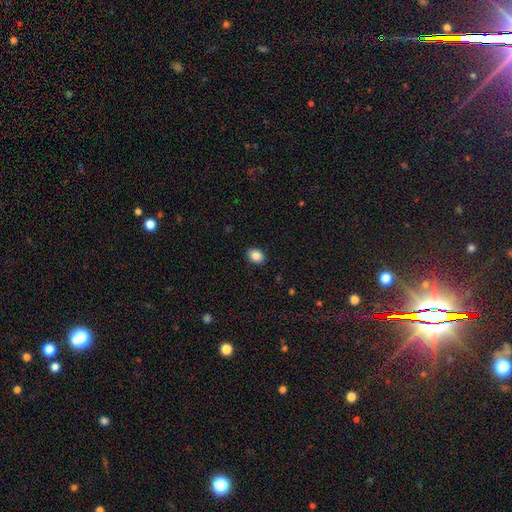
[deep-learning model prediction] Q: Smooth or featured?
A: smooth (86%); runner-up: star or artifact (9%)
Q: How rounded?
A: in between (60%); runner-up: round (39%)
Q: Merging?
A: none (90%); runner-up: minor disturbance (7%)